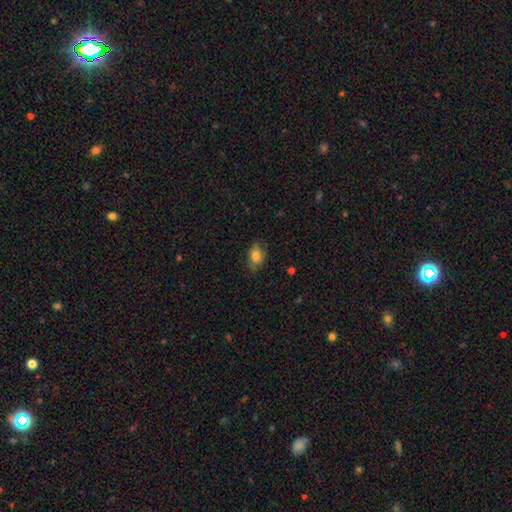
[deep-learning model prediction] This appears to be a smooth galaxy with no disk features (82%) that is in between round and cigar-shaped (85%). Merging: none (77%).